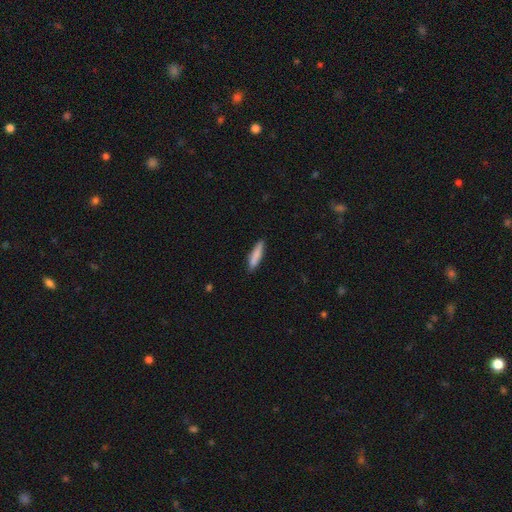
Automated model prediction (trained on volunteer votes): smooth 83%, featured or disk 11%, star or artifact 6%. Down the decision tree: how rounded — cigar-shaped (81%); merging — none (85%).